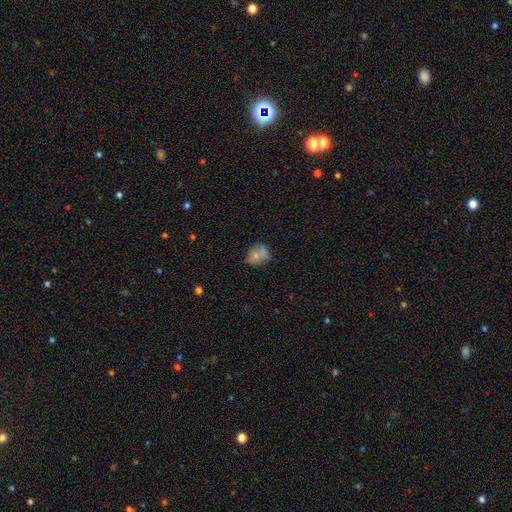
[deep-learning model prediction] Smooth or featured: smooth — 59% (featured or disk — 25%)
How rounded: round — 50% (in between — 48%)
Merging: none — 54% (minor disturbance — 21%)